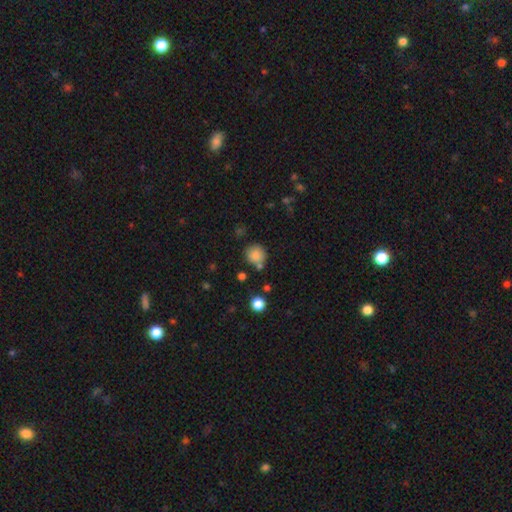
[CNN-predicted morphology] Smooth or featured?
  - smooth: 83% *
  - star or artifact: 11%
  - featured or disk: 6%
How rounded?
  - round: 89% *
  - in between: 11%
  - cigar-shaped: 1%
Merging?
  - none: 71% *
  - minor disturbance: 13%
  - merger: 12%
  - major disturbance: 4%